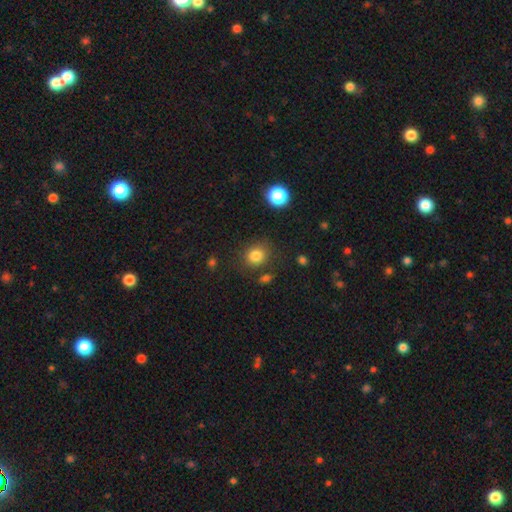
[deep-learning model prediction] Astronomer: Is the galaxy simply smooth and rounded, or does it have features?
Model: smooth — 82%.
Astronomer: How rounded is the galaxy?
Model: round — 76%.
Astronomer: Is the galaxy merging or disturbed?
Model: none — 80%.